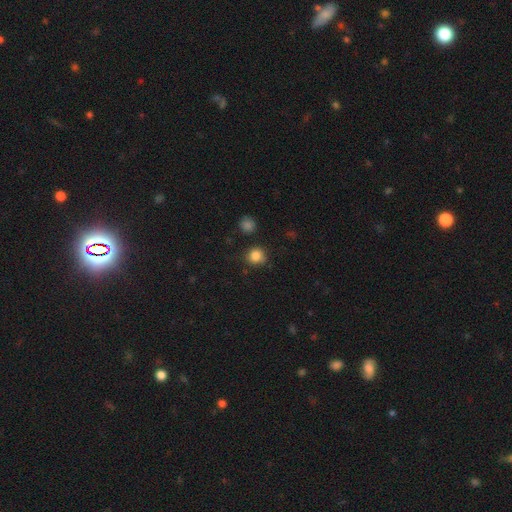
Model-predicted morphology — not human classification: smooth 84%, star or artifact 12%, featured or disk 5%. Down the decision tree: how rounded — round (89%); merging — none (82%).